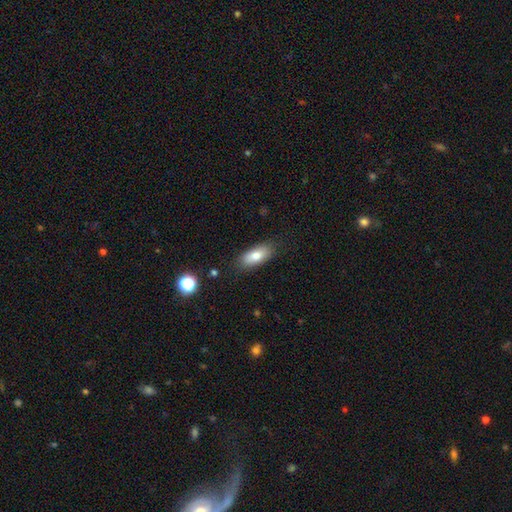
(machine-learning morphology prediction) Overall: smooth (78%). How rounded: in between (83%). Merging: none (83%).